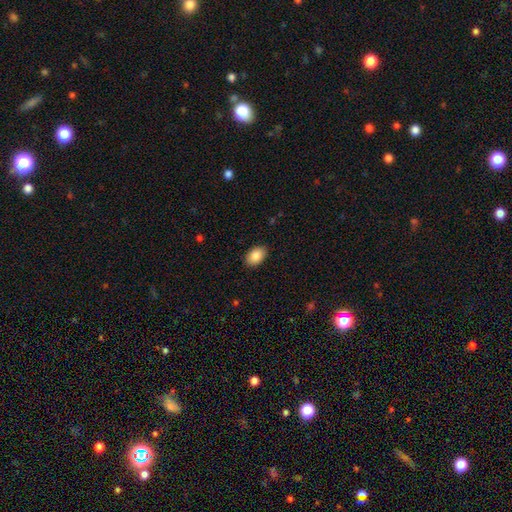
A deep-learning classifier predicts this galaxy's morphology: The model was most divided on "how rounded": in between: 89%, round: 10%, cigar-shaped: 1%. More confident: merging — none (89%); smooth or featured — smooth (88%).